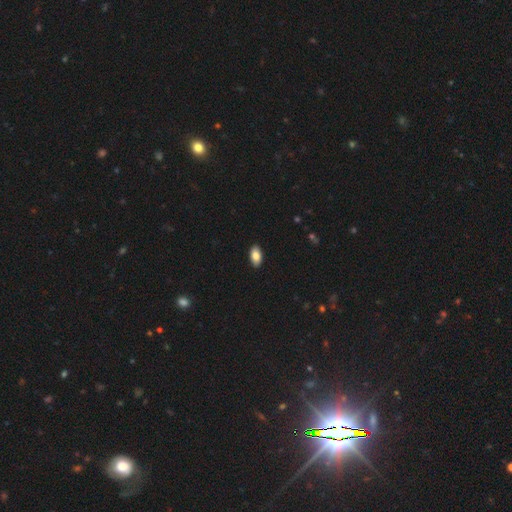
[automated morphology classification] Smooth or featured: smooth — 85% (featured or disk — 8%)
How rounded: in between — 94% (round — 3%)
Merging: none — 91% (minor disturbance — 7%)